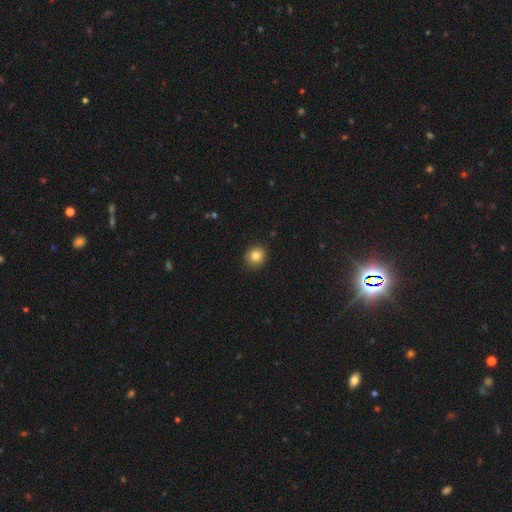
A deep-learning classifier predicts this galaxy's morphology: The model was most divided on "smooth or featured": smooth: 84%, star or artifact: 10%, featured or disk: 6%. More confident: merging — none (90%); how rounded — round (87%).